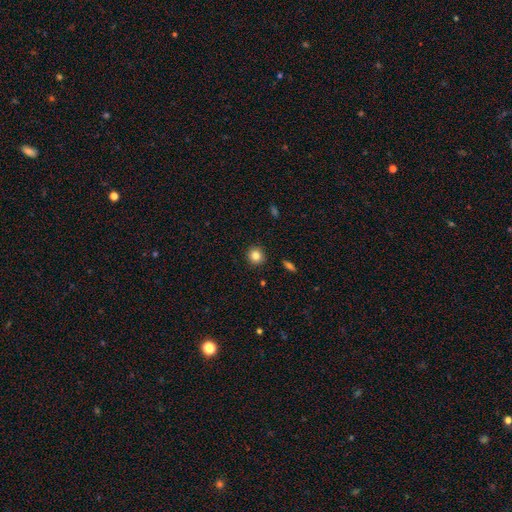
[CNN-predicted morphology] Overall: smooth (83%). How rounded: round (91%). Merging: none (91%).